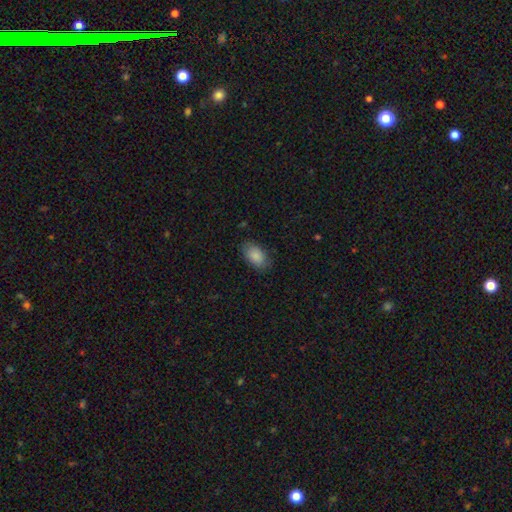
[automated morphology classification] Smooth or featured: smooth — 88% (star or artifact — 7%)
How rounded: in between — 92% (round — 6%)
Merging: none — 82% (minor disturbance — 14%)